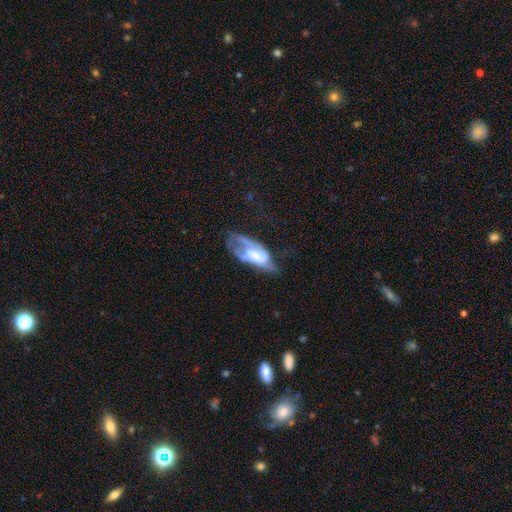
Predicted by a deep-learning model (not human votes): featured or disk 66%, smooth 27%, star or artifact 8%. Down the decision tree: edge-on disk — no (93%); bar — no (41%); spiral arms — yes (71%); bulge size — moderate (32%); merging — major disturbance (45%).